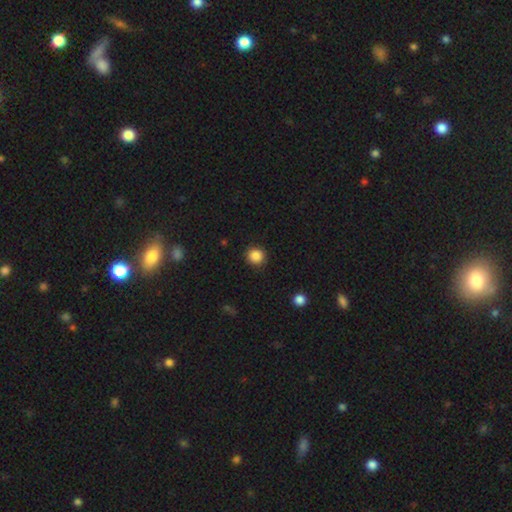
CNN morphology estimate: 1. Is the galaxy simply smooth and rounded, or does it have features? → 86% smooth, 11% star or artifact, 3% featured or disk.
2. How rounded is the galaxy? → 93% round, 6% in between, 1% cigar-shaped.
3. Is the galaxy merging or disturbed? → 90% none, 7% minor disturbance, 2% major disturbance, 1% merger.